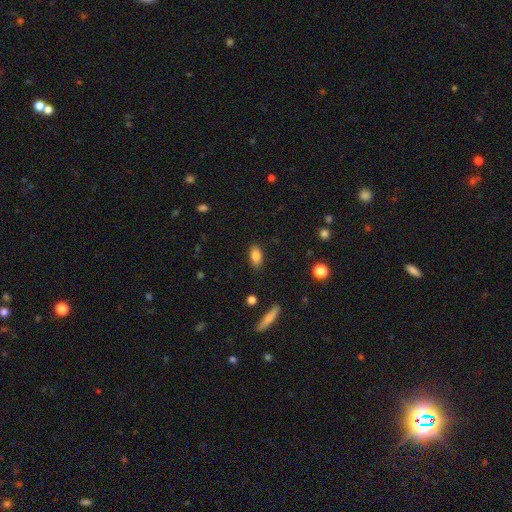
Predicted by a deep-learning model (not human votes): The model was most divided on "smooth or featured": smooth: 83%, featured or disk: 9%, star or artifact: 8%. More confident: how rounded — in between (87%); merging — none (86%).